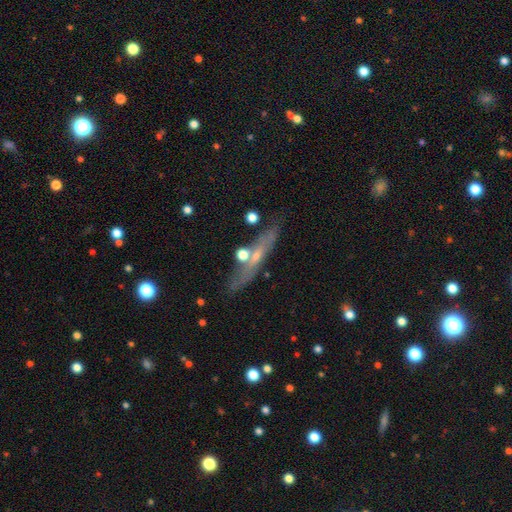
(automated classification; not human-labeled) Smooth or featured: featured or disk — 55% (smooth — 36%)
Edge-on disk: yes — 77% (no — 23%)
Merging: none — 74% (minor disturbance — 15%)